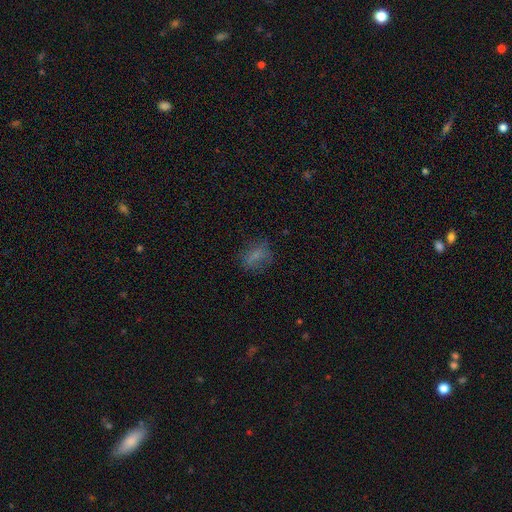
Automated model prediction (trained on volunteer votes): Morphology: type=smooth (64%); roundness=in between (55%); merging=none (67%).